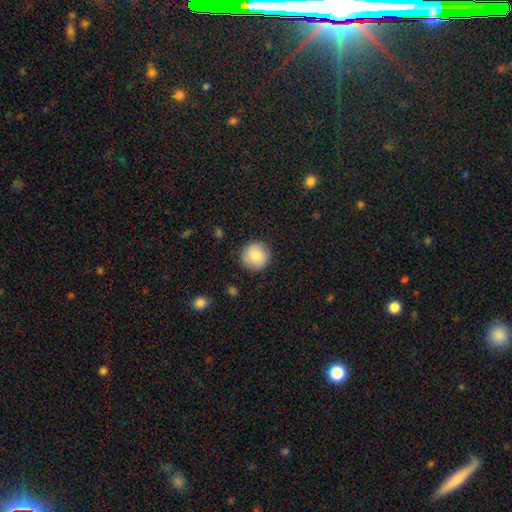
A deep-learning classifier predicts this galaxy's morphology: This appears to be a smooth galaxy with no disk features (80%) that is round (95%). Merging: none (88%).